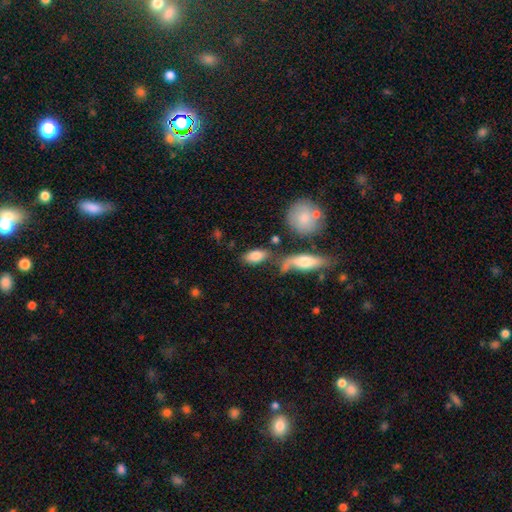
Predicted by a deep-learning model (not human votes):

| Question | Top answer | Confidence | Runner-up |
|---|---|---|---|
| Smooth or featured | smooth | 81% | featured or disk (12%) |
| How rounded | in between | 88% | cigar-shaped (9%) |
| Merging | none | 62% | merger (17%) |